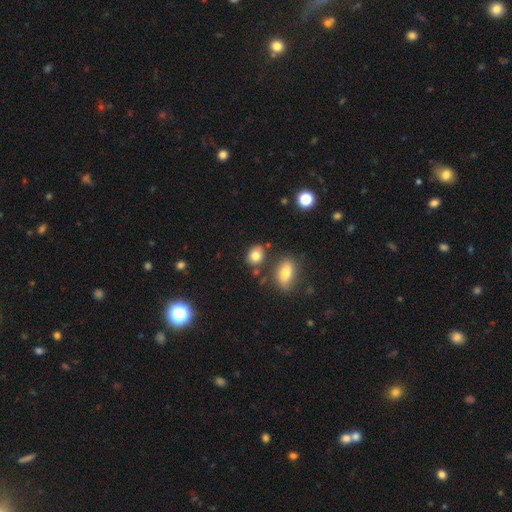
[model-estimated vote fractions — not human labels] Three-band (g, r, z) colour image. It shows a smooth galaxy with no disk features (81%) that is in between round and cigar-shaped (52%). Merging: none (74%).